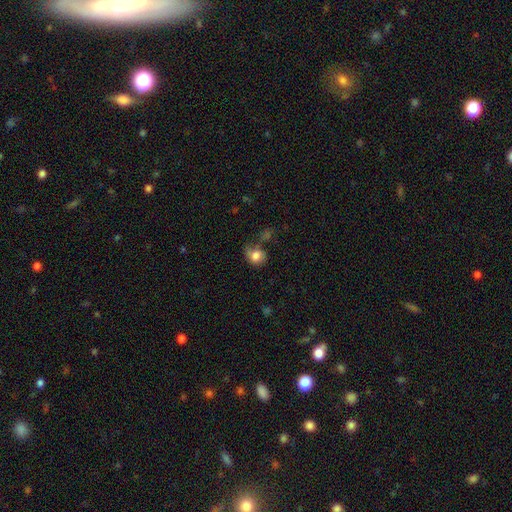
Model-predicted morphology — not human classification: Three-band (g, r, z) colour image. It shows a smooth galaxy with no disk features (75%) that is round (61%). Merging: none (39%).